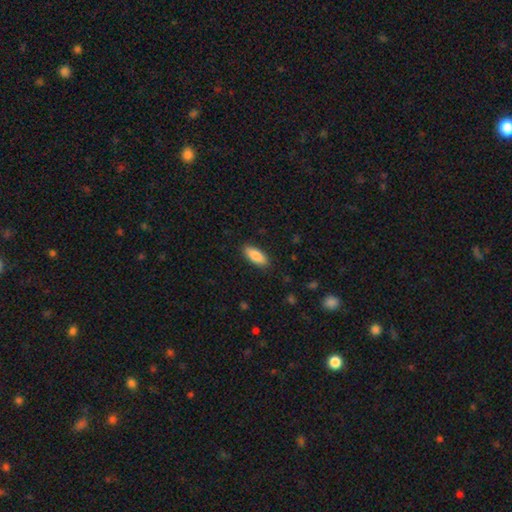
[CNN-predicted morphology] Q: Smooth or featured?
A: smooth (86%); runner-up: featured or disk (8%)
Q: How rounded?
A: in between (79%); runner-up: cigar-shaped (19%)
Q: Merging?
A: none (88%); runner-up: minor disturbance (9%)